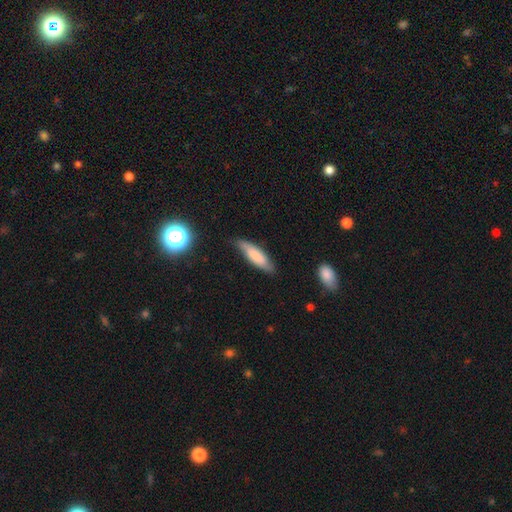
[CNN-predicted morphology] A smooth galaxy with no disk features (73%) that is cigar-shaped (58%). Merging: none (72%).